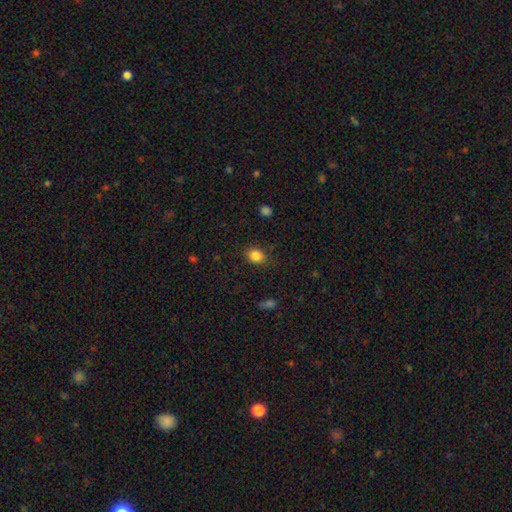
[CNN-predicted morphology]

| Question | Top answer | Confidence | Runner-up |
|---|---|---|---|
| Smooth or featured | smooth | 84% | star or artifact (10%) |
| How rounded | in between | 50% | round (49%) |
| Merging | none | 84% | minor disturbance (12%) |